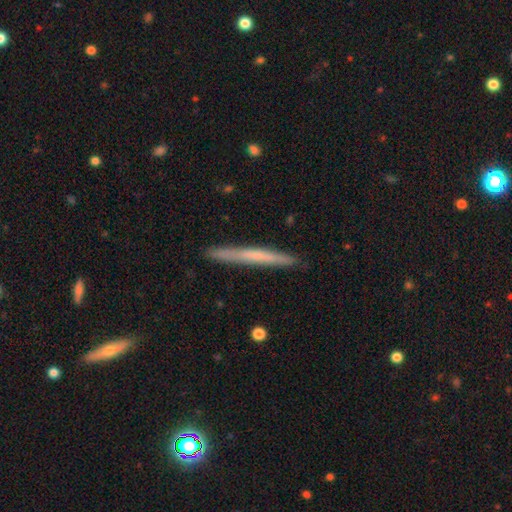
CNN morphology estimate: A smooth galaxy with no disk features (54%) that is cigar-shaped (97%). Merging: none (90%).